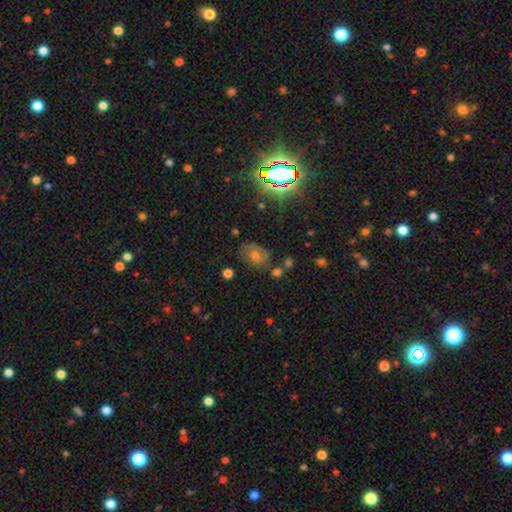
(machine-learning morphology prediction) A smooth galaxy with no disk features (38%).

Vote fractions:
- Smooth or featured? smooth: 38% / star or artifact: 37% / featured or disk: 26%
- Merging? none: 69% / minor disturbance: 19% / major disturbance: 7% / merger: 5%